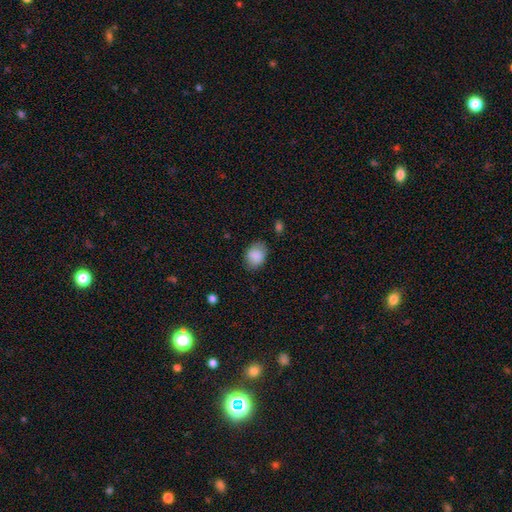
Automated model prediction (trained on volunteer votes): This appears to be a smooth galaxy with no disk features (86%) that is in between round and cigar-shaped (68%). Merging: none (74%).